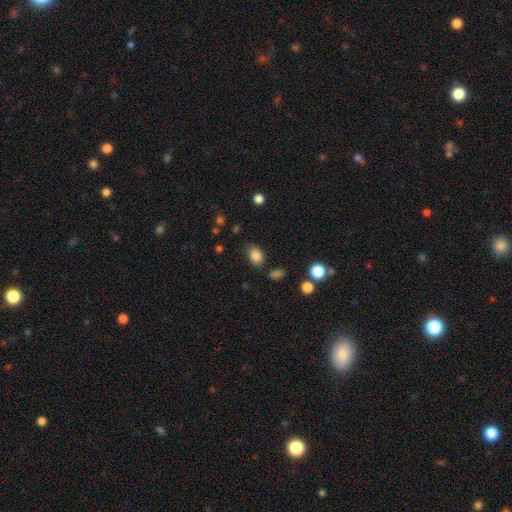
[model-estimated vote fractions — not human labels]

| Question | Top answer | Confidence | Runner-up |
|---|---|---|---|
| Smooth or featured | smooth | 83% | star or artifact (10%) |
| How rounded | in between | 75% | round (24%) |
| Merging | none | 74% | minor disturbance (18%) |